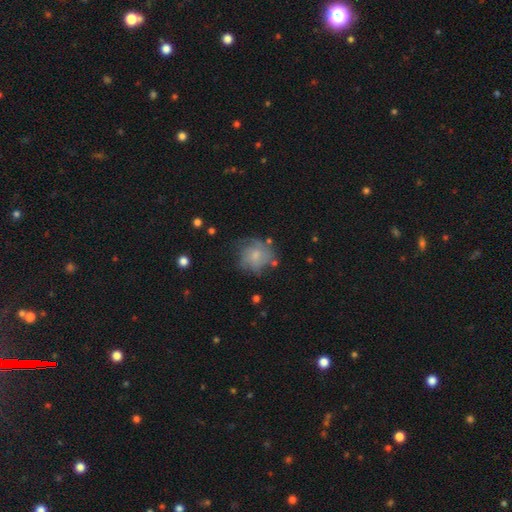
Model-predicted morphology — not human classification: smooth-or-featured: smooth: 46% | featured or disk: 45% | star or artifact: 9%
  merging: none: 52% | minor disturbance: 26% | major disturbance: 18% | merger: 4%